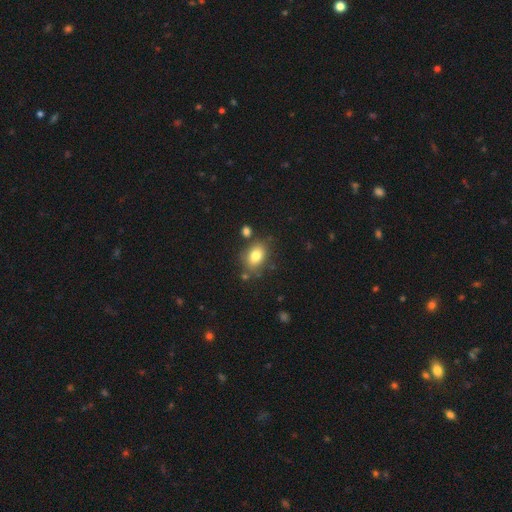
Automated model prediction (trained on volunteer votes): Morphology: type=smooth (80%); roundness=in between (77%); merging=none (75%).